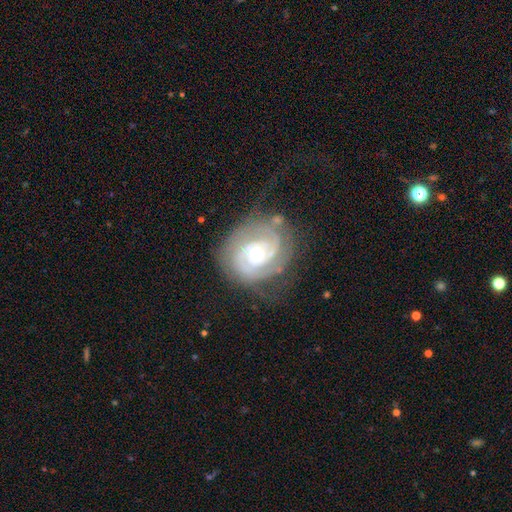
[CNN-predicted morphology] This is clearly a featured or disk galaxy (90%). It is clearly not viewed edge-on (98%). Bar: likely no (70%). Spiral arm pattern: clearly yes (97%). Spiral arm count: possibly 2 (49%). Spiral winding: likely tight (72%). Central bulge: possibly moderate (55%). Merging: likely none (70%).